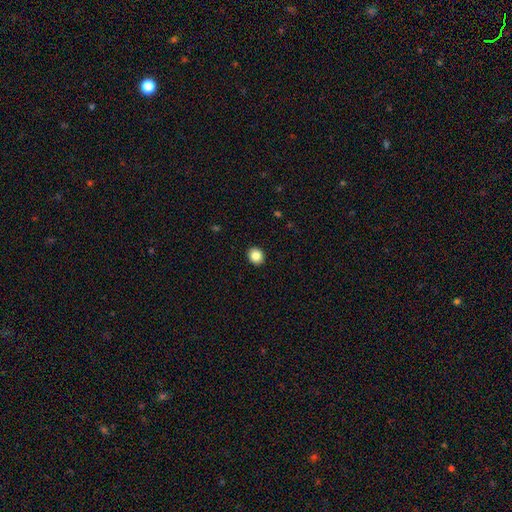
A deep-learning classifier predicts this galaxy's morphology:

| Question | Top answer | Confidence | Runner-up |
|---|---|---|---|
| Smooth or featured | smooth | 85% | star or artifact (9%) |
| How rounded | round | 75% | in between (25%) |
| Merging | none | 92% | minor disturbance (5%) |